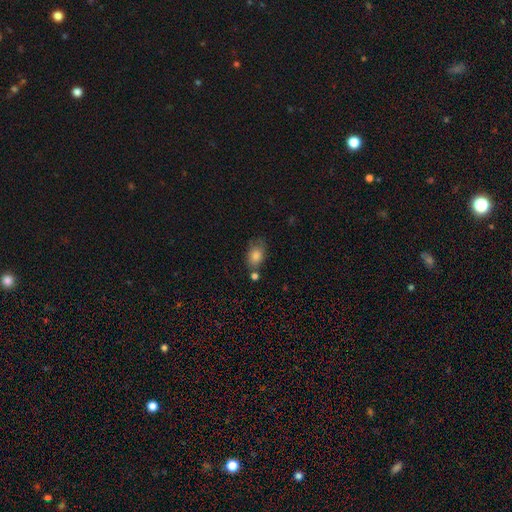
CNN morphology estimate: smooth_or_featured: smooth (p=0.81) [alt: featured or disk p=0.11]
how_rounded: in between (p=0.84) [alt: round p=0.15]
merging: none (p=0.55) [alt: minor disturbance p=0.25]